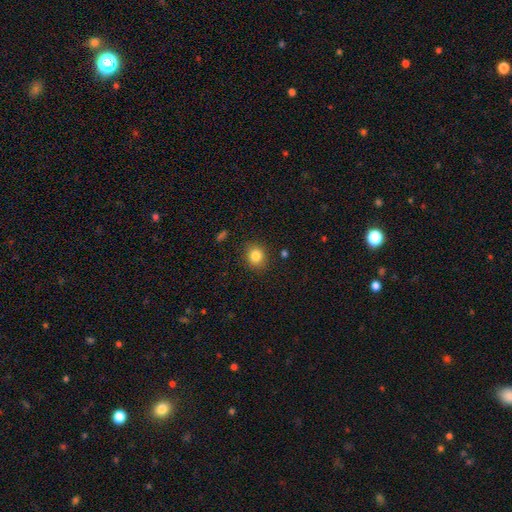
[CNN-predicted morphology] smooth_or_featured: smooth (p=0.84) [alt: star or artifact p=0.10]
how_rounded: round (p=0.76) [alt: in between p=0.23]
merging: none (p=0.87) [alt: minor disturbance p=0.09]